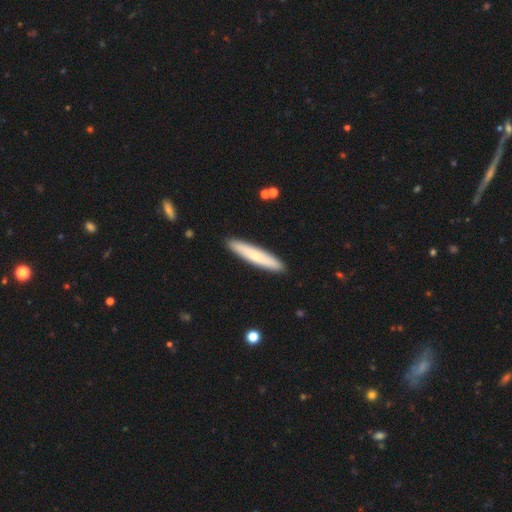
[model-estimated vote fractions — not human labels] The model was most divided on "smooth or featured": smooth: 66%, featured or disk: 28%, star or artifact: 5%. More confident: merging — none (91%); how rounded — cigar-shaped (90%).